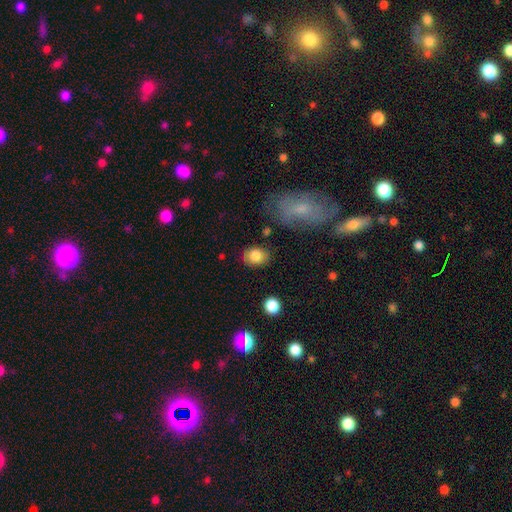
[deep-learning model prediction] Smooth or featured? smooth (83%)
How rounded? in between (64%)
Merging? none (80%)